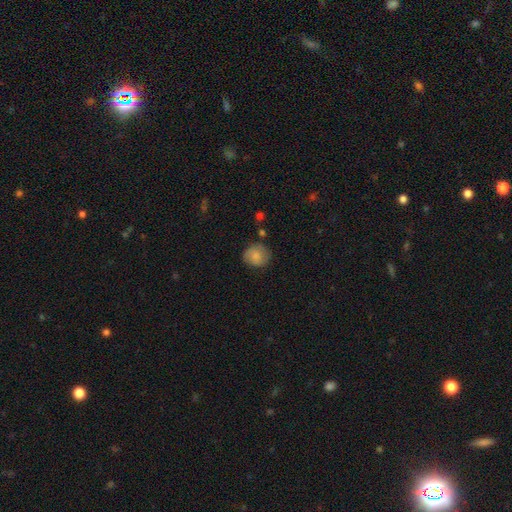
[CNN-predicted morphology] This appears to be a smooth galaxy with no disk features (77%) that is round (81%). Merging: none (73%).